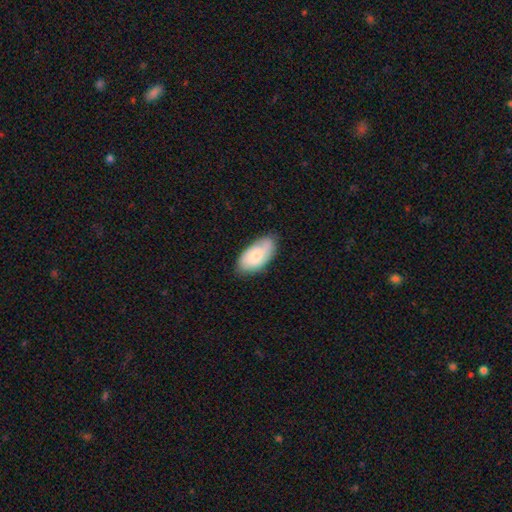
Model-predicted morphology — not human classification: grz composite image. It shows a smooth galaxy with no disk features (65%) that is in between round and cigar-shaped (94%). Merging: none (74%).